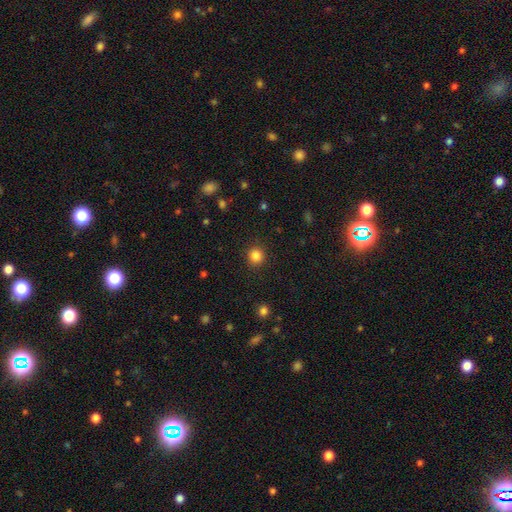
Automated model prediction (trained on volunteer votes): smooth-or-featured: smooth: 84% | star or artifact: 12% | featured or disk: 4%
  how-rounded: round: 93% | in between: 6% | cigar-shaped: 1%
  merging: none: 91% | minor disturbance: 6% | major disturbance: 2% | merger: 1%